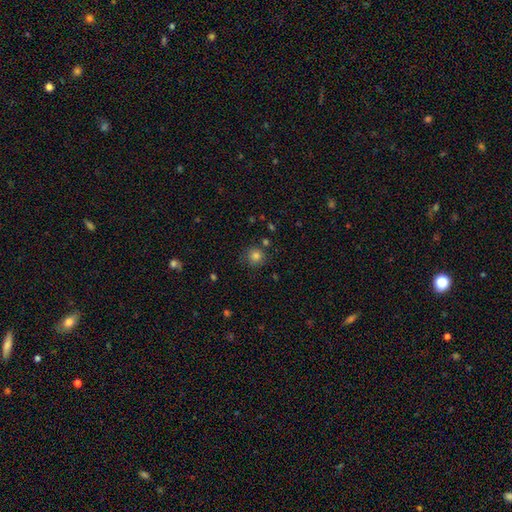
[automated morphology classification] smooth-or-featured: smooth: 82% | star or artifact: 13% | featured or disk: 6%
  how-rounded: round: 92% | in between: 7% | cigar-shaped: 1%
  merging: none: 79% | minor disturbance: 12% | merger: 5% | major disturbance: 3%